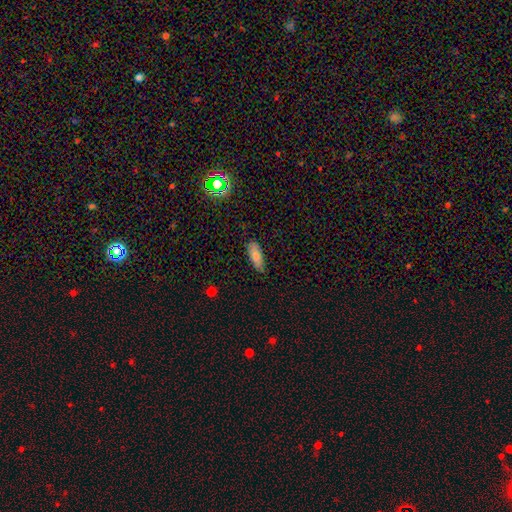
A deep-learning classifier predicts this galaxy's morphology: smooth-or-featured: smooth: 79% | featured or disk: 13% | star or artifact: 8%
  how-rounded: in between: 68% | cigar-shaped: 30% | round: 2%
  merging: none: 82% | minor disturbance: 15% | major disturbance: 2% | merger: 1%